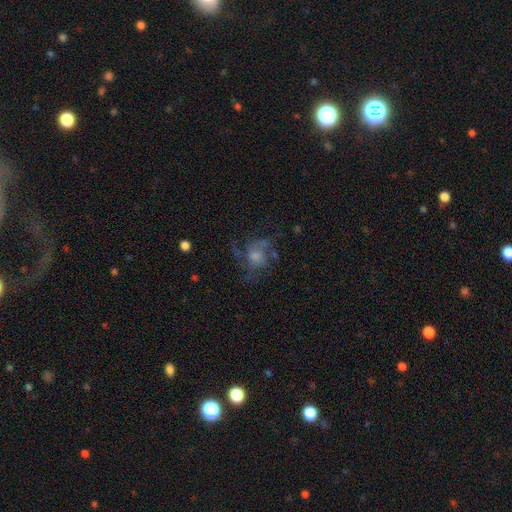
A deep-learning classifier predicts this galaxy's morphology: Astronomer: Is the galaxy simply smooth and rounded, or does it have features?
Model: featured or disk — 66%.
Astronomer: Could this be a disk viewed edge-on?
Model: no — 97%.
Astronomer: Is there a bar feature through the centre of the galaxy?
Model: no — 75%.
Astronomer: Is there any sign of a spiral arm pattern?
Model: yes — 83%.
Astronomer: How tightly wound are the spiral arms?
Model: medium — 48% (runner-up: loose, 28%).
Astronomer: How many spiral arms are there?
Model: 3 — 32% (runner-up: can't tell, 27%).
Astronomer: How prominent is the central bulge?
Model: moderate — 44% (runner-up: small, 26%).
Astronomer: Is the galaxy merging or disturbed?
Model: none — 58%.